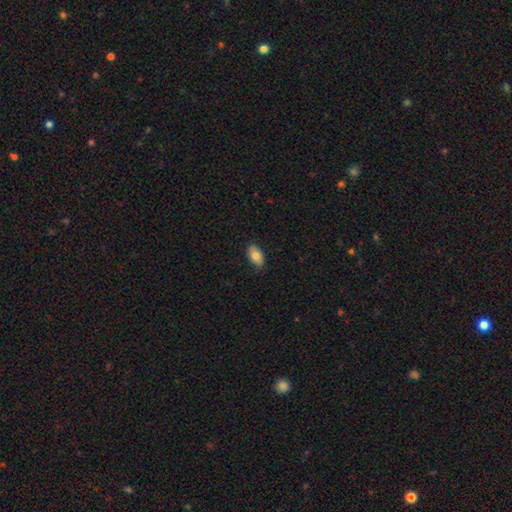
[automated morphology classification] This is likely a smooth galaxy (79%). How rounded: clearly in between (92%). Merging: clearly none (83%).